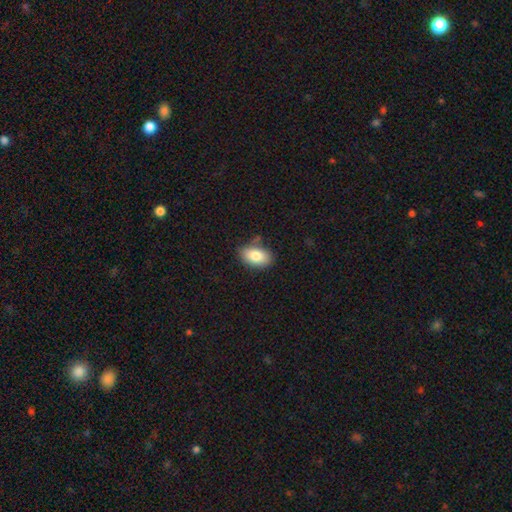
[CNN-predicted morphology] A smooth galaxy with no disk features (82%) that is in between round and cigar-shaped (91%). Merging: none (78%).